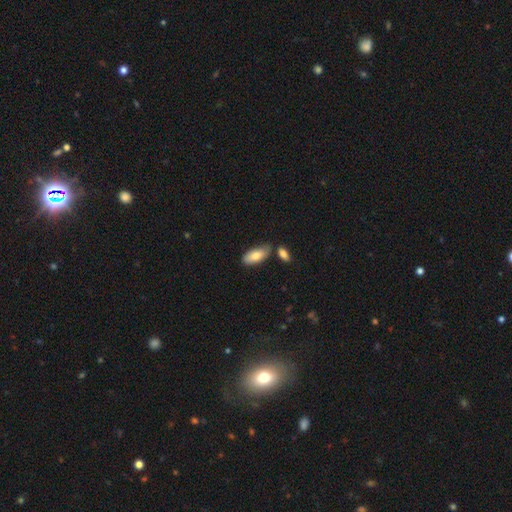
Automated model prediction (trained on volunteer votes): A smooth galaxy with no disk features (79%) that is in between round and cigar-shaped (86%).

Vote fractions:
- Smooth or featured? smooth: 79% / featured or disk: 15% / star or artifact: 6%
- How rounded? in between: 86% / cigar-shaped: 12% / round: 2%
- Merging? none: 68% / minor disturbance: 16% / merger: 13% / major disturbance: 3%